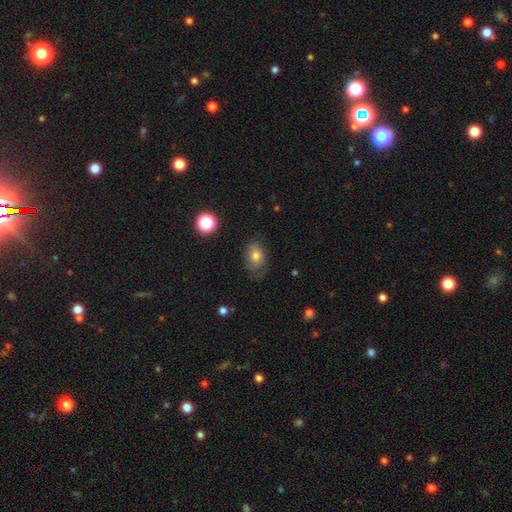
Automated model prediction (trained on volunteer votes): The model was most divided on "merging": none: 54%, minor disturbance: 27%, major disturbance: 17%, merger: 2%. More confident: how rounded — in between (72%); smooth or featured — smooth (68%).